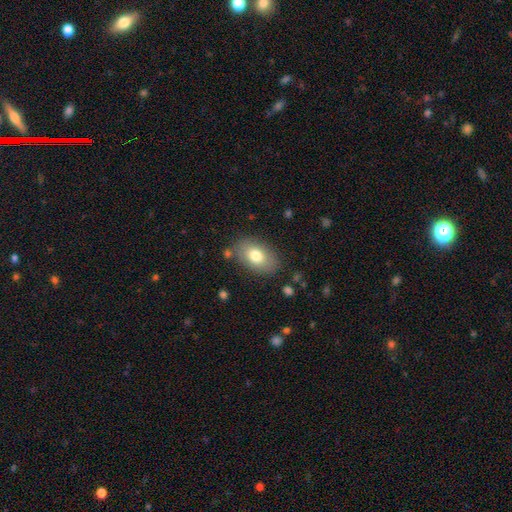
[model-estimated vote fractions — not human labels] Smooth or featured? Predicted: smooth (p=0.76). How rounded? Predicted: in between (p=0.88). Merging? Predicted: none (p=0.80).